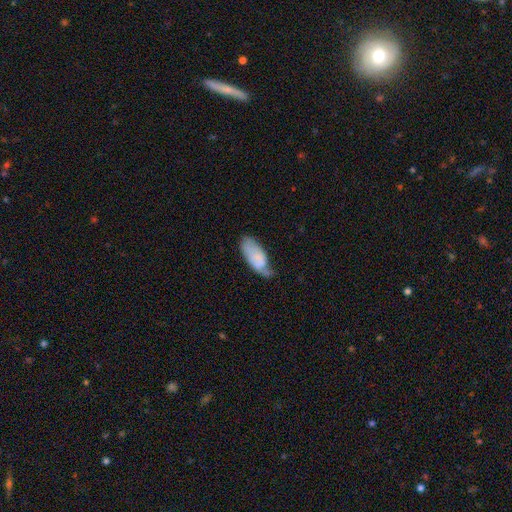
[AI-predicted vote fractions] Smooth or featured? Predicted: smooth (p=0.71). How rounded? Predicted: in between (p=0.88). Merging? Predicted: minor disturbance (p=0.42).